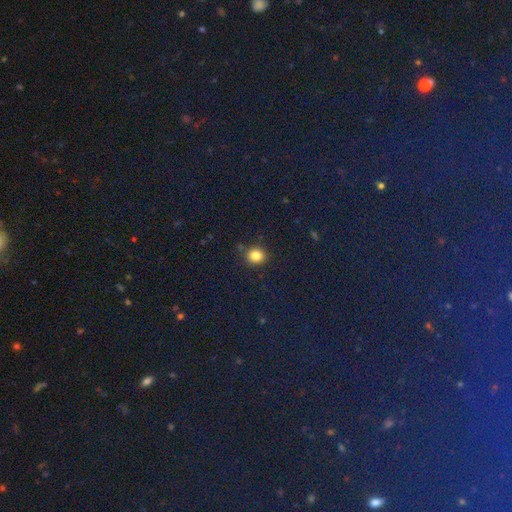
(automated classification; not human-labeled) This appears to be a smooth galaxy with no disk features (82%) that is round (85%). Merging: none (87%).